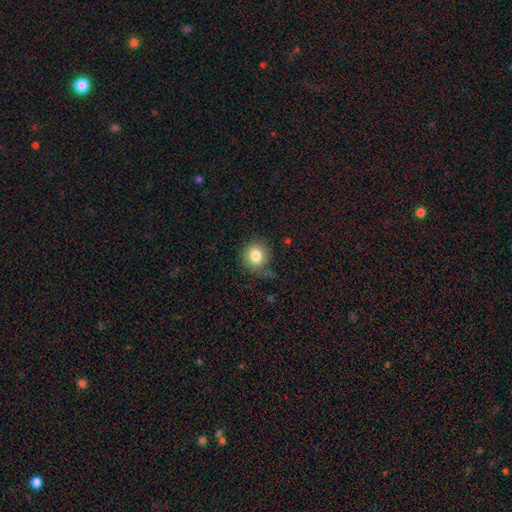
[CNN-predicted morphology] The model was most divided on "merging": none: 72%, minor disturbance: 19%, major disturbance: 7%, merger: 2%. More confident: how rounded — round (87%); smooth or featured — smooth (82%).